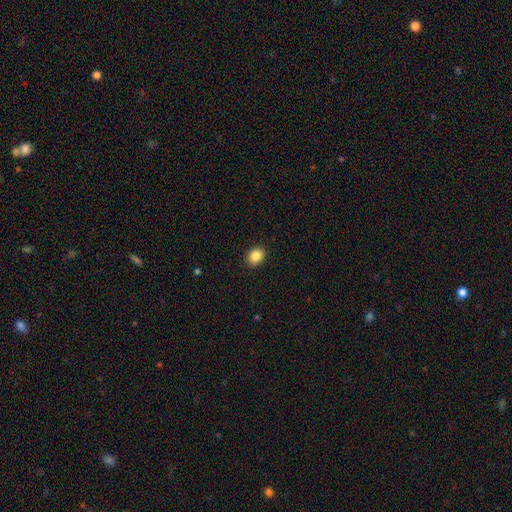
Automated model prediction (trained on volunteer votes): Smooth or featured? smooth (87%)
How rounded? round (56%)
Merging? none (91%)